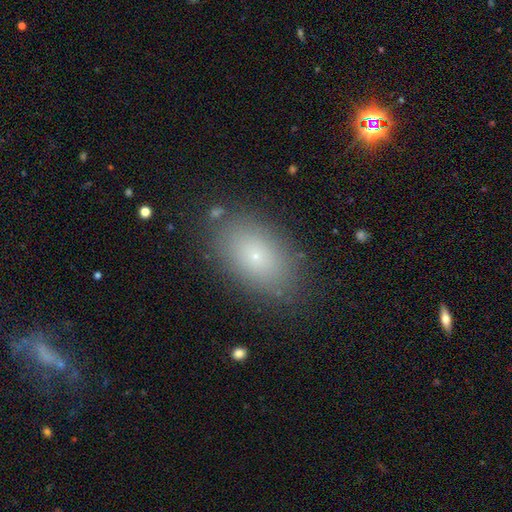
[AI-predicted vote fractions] This is likely a smooth galaxy (72%). How rounded: clearly in between (88%). Merging: clearly none (84%).